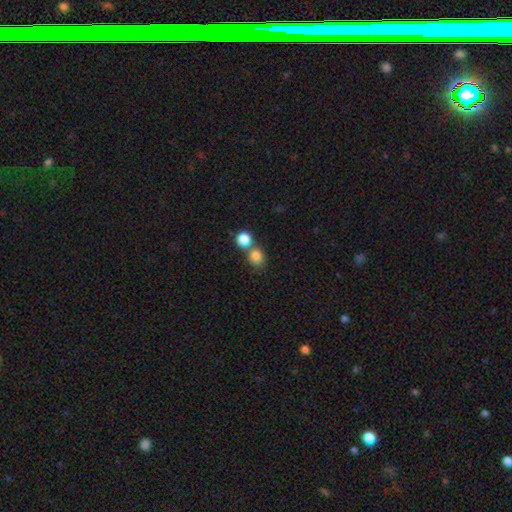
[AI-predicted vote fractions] This is clearly a smooth galaxy (83%). How rounded: likely round (79%). Merging: possibly none (51%).